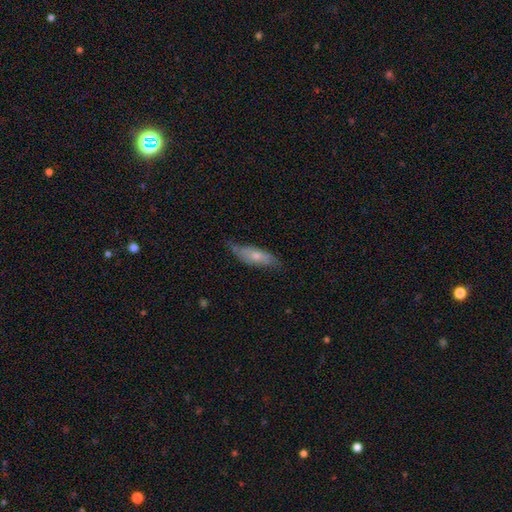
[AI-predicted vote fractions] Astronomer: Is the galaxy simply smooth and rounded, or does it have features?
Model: smooth — 55% (runner-up: featured or disk, 39%).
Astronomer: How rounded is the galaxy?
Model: in between — 58% (runner-up: cigar-shaped, 40%).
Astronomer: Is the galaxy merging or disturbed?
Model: none — 60%.